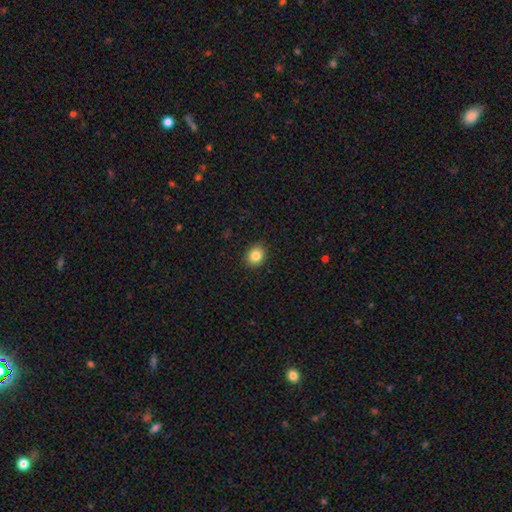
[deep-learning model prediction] Smooth or featured? smooth (85%)
How rounded? round (64%)
Merging? none (89%)